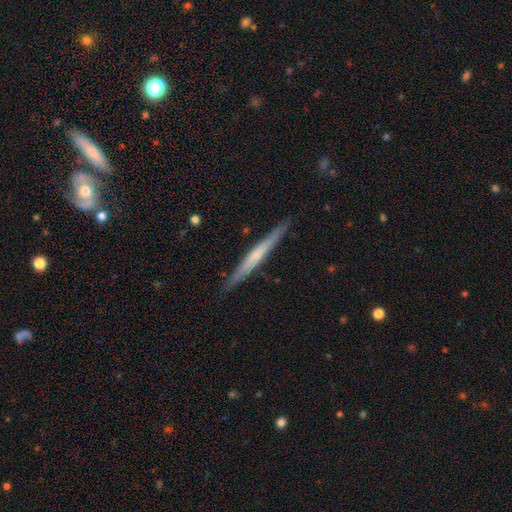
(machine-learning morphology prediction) Smooth or featured? Predicted: featured or disk (p=0.54). Edge-on disk? Predicted: yes (p=0.97). Edge-on bulge? Predicted: none (p=0.62). Merging? Predicted: none (p=0.90).